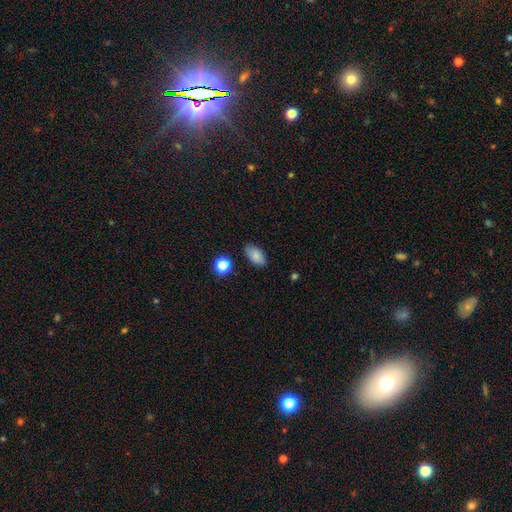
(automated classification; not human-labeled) This appears to be a smooth galaxy with no disk features (85%) that is in between round and cigar-shaped (92%). Merging: none (82%).